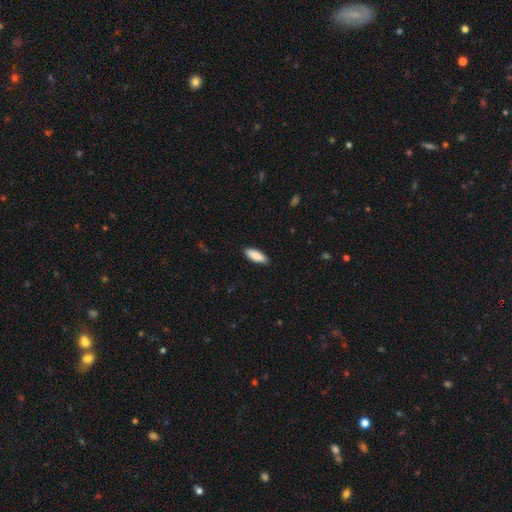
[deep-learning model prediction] Q: Smooth or featured?
A: smooth (87%); runner-up: featured or disk (7%)
Q: How rounded?
A: in between (67%); runner-up: cigar-shaped (31%)
Q: Merging?
A: none (89%); runner-up: minor disturbance (9%)